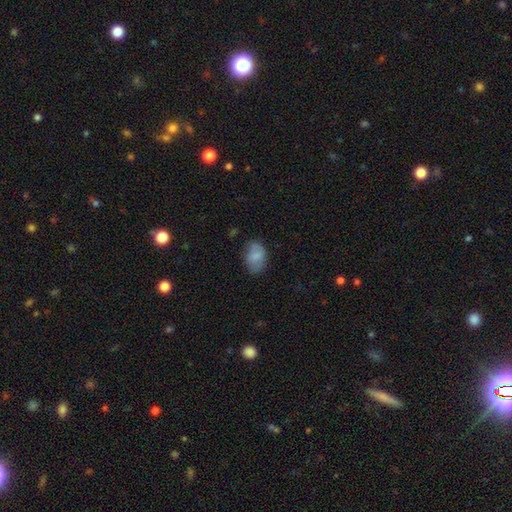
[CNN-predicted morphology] smooth-or-featured: smooth: 79% | featured or disk: 13% | star or artifact: 8%
  how-rounded: in between: 85% | round: 13% | cigar-shaped: 1%
  merging: none: 68% | minor disturbance: 24% | major disturbance: 6% | merger: 2%